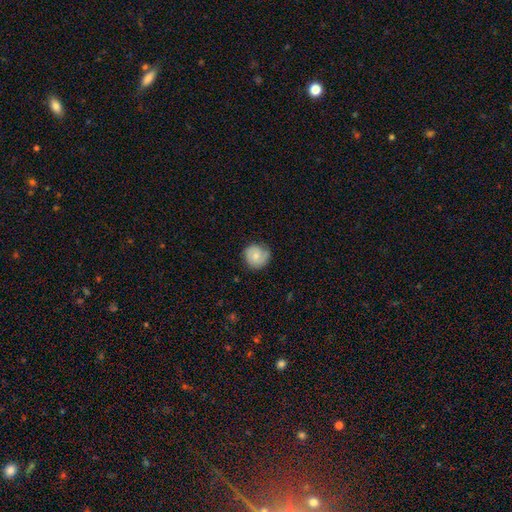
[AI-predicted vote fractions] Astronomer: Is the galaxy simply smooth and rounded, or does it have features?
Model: smooth — 62%.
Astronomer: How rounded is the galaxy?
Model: round — 90%.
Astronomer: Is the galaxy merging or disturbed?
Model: none — 74%.